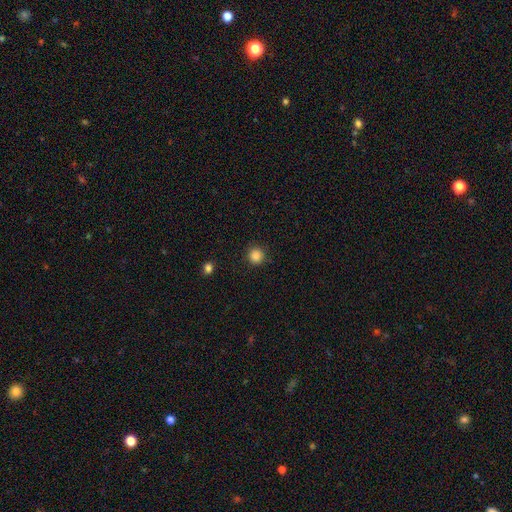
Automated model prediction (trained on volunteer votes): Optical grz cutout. It shows a smooth galaxy with no disk features (86%) that is round (94%). Merging: none (91%).